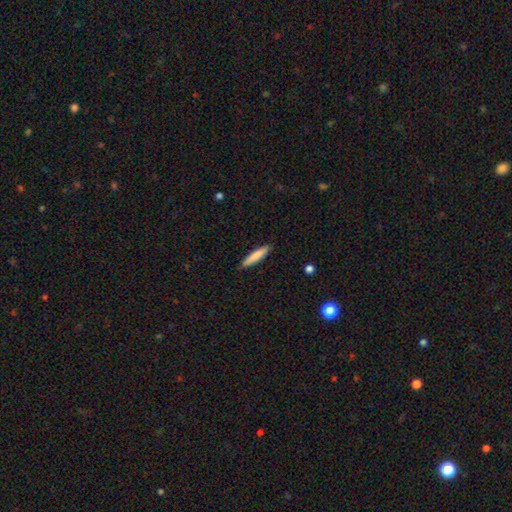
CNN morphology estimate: type=smooth (82%); roundness=cigar-shaped (88%); merging=none (89%).